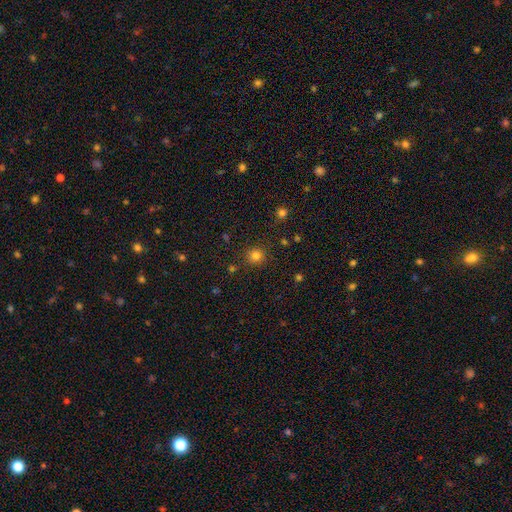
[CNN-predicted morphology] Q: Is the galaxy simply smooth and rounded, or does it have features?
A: smooth — 80%.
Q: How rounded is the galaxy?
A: round — 92%.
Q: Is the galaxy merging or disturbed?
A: none — 88%.